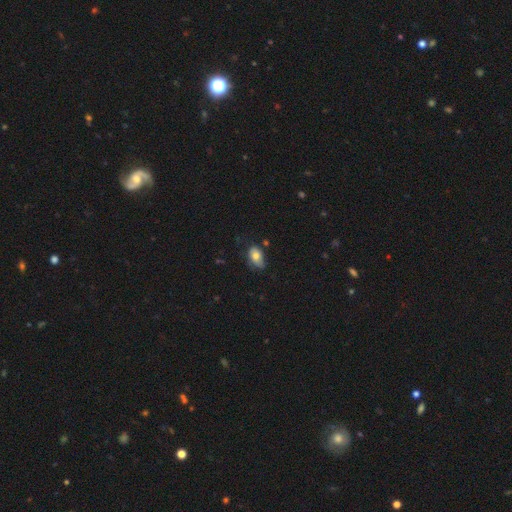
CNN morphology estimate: smooth_or_featured: smooth (p=0.74) [alt: featured or disk p=0.18]
how_rounded: in between (p=0.88) [alt: round p=0.10]
merging: none (p=0.51) [alt: minor disturbance p=0.36]